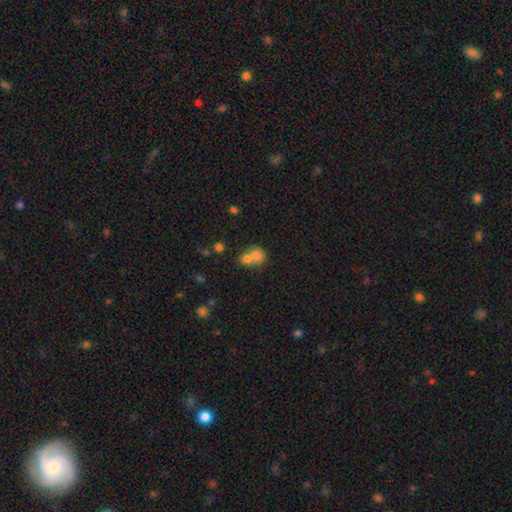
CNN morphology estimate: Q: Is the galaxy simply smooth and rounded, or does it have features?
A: smooth — 75%.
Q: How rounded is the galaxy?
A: round — 72%.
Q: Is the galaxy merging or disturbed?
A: merger — 64%.